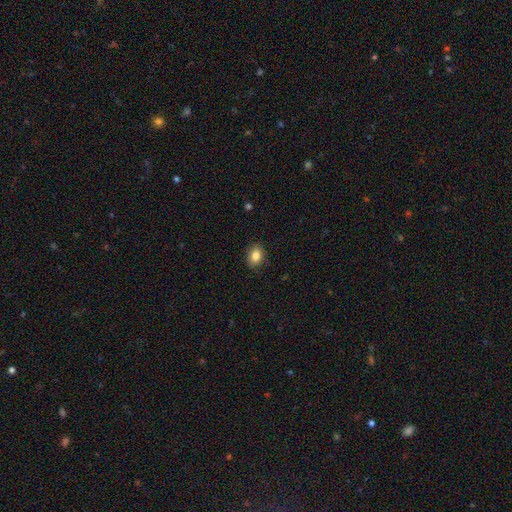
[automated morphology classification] Q: Smooth or featured?
A: smooth (84%); runner-up: star or artifact (9%)
Q: How rounded?
A: in between (70%); runner-up: round (29%)
Q: Merging?
A: none (88%); runner-up: minor disturbance (9%)